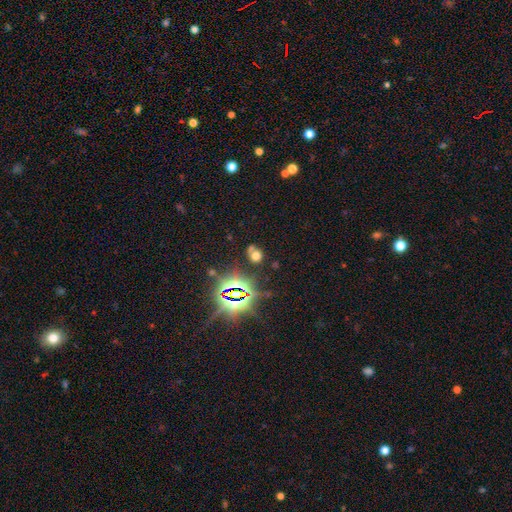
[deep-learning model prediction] Smooth or featured: smooth — 52% (star or artifact — 37%)
How rounded: round — 65% (in between — 33%)
Merging: none — 60% (merger — 22%)